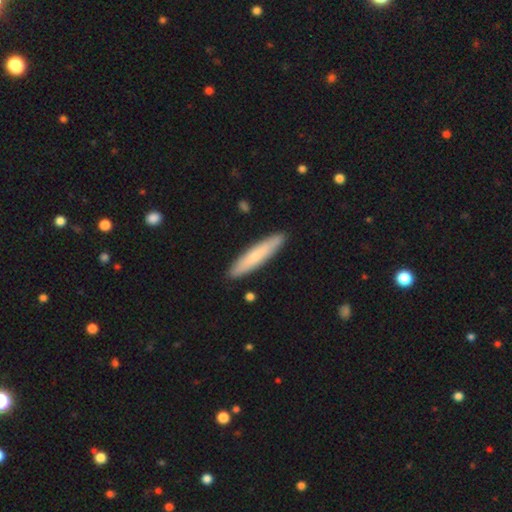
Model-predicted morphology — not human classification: smooth_or_featured: smooth (p=0.68) [alt: featured or disk p=0.27]
how_rounded: cigar-shaped (p=0.89) [alt: in between p=0.10]
merging: none (p=0.90) [alt: minor disturbance p=0.07]